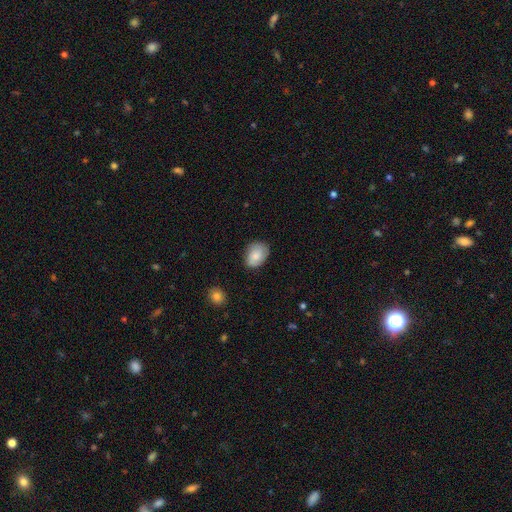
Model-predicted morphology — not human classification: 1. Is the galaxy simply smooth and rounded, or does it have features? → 81% smooth, 12% featured or disk, 7% star or artifact.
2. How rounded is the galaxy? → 77% in between, 22% round, 1% cigar-shaped.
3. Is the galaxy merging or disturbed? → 75% none, 20% minor disturbance, 4% major disturbance, 1% merger.